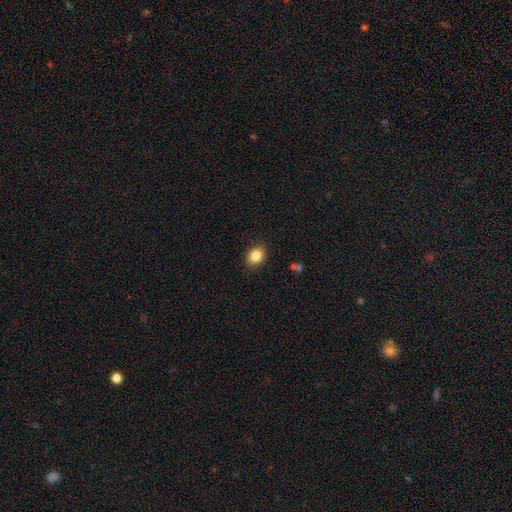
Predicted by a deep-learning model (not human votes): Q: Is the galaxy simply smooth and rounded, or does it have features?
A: smooth — 85%.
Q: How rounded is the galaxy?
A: in between — 62%.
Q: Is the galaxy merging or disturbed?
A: none — 87%.